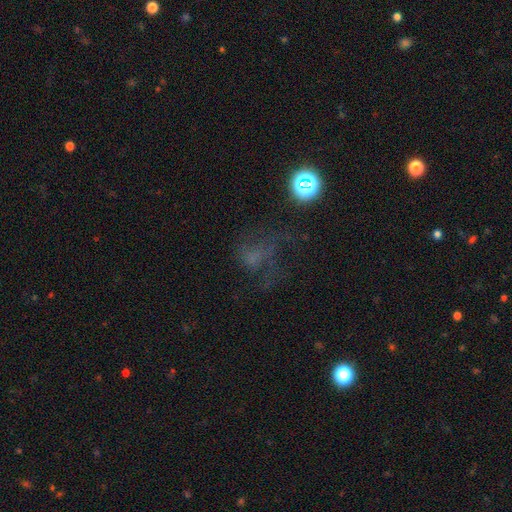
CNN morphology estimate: A star or artifact, not a galaxy (39%).

Vote fractions:
- Smooth or featured? star or artifact: 39% / smooth: 31% / featured or disk: 31%